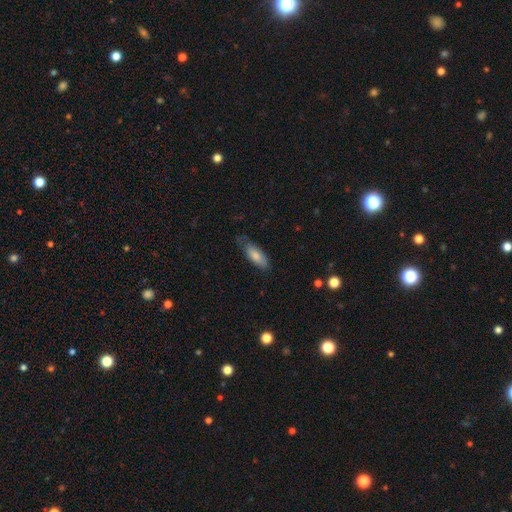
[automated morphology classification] This appears to be a smooth galaxy with no disk features (80%) that is in between round and cigar-shaped (74%). Merging: none (61%).